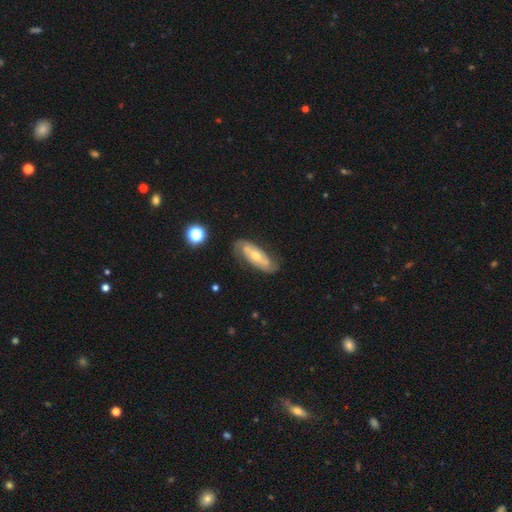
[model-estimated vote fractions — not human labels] A featured or disk galaxy (66%) with no bar (55%), spiral arms (81%) and a moderate central bulge (57%).

Vote fractions:
- Smooth or featured? featured or disk: 66% / smooth: 28% / star or artifact: 6%
- Edge-on disk? no: 85% / yes: 15%
- Bar? no: 55% / weak: 29% / strong: 15%
- Spiral arms? yes: 81% / no: 19%
- Bulge size? moderate: 57% / small: 37% / large: 3% / none: 1% / dominant: 1%
- Merging? none: 74% / minor disturbance: 18% / major disturbance: 6% / merger: 2%